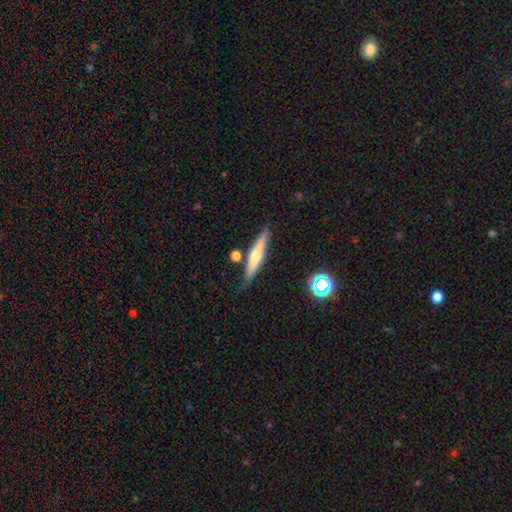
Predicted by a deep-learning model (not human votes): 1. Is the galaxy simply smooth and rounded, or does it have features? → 47% smooth, 46% featured or disk, 7% star or artifact.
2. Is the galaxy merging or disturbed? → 77% none, 14% minor disturbance, 6% merger, 3% major disturbance.